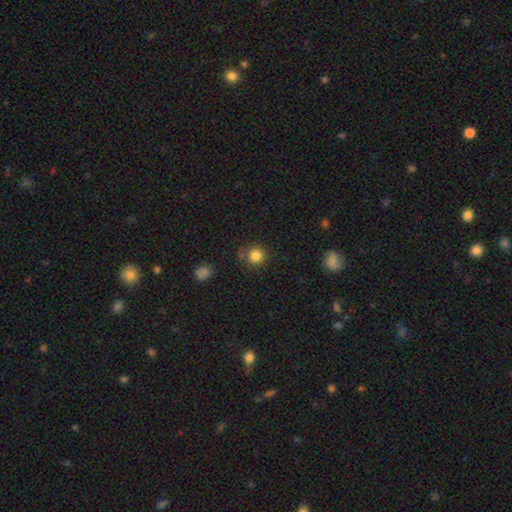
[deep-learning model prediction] The model was most divided on "merging": none: 79%, minor disturbance: 12%, merger: 6%, major disturbance: 4%. More confident: how rounded — round (92%); smooth or featured — smooth (82%).